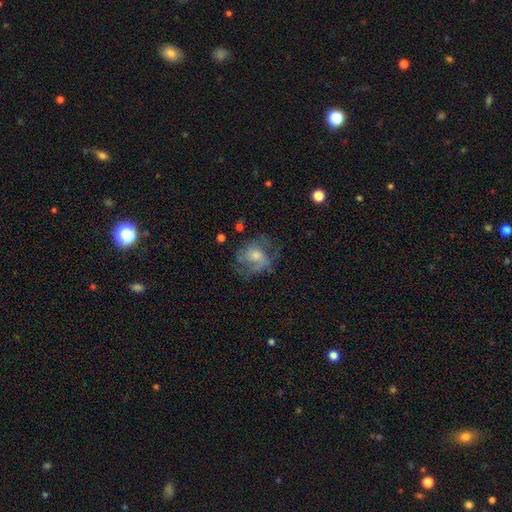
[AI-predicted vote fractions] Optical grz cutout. It shows a featured or disk galaxy (48%). Merging: none (46%).